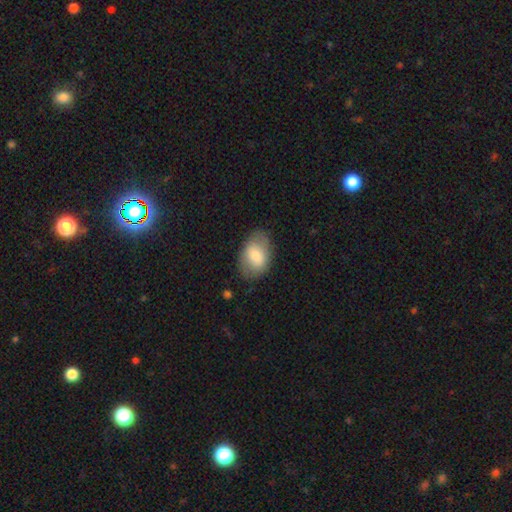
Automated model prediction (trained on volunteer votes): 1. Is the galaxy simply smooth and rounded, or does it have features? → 75% smooth, 19% featured or disk, 6% star or artifact.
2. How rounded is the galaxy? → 87% in between, 12% round, 1% cigar-shaped.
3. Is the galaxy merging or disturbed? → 77% none, 16% minor disturbance, 5% major disturbance, 1% merger.